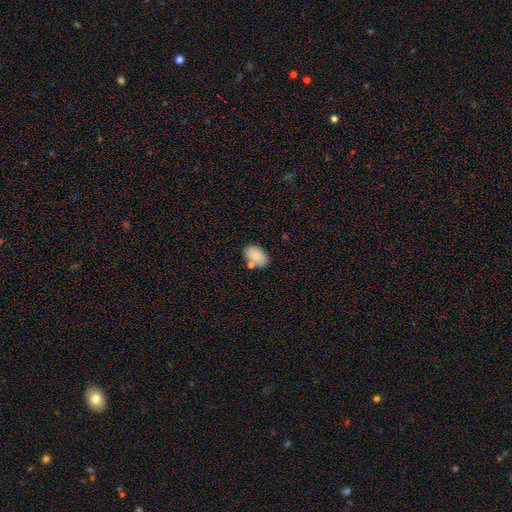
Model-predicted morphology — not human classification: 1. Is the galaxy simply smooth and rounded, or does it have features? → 84% smooth, 9% featured or disk, 7% star or artifact.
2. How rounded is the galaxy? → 91% in between, 8% round, 1% cigar-shaped.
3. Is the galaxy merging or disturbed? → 66% none, 15% minor disturbance, 14% merger, 4% major disturbance.